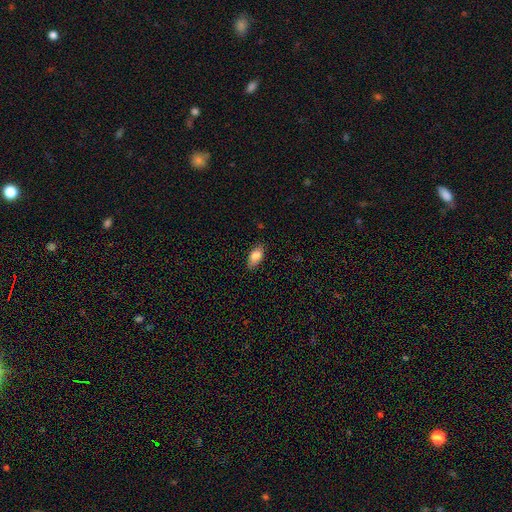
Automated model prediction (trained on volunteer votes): The model was most divided on "merging": none: 82%, minor disturbance: 15%, major disturbance: 3%, merger: 1%. More confident: how rounded — in between (90%); smooth or featured — smooth (85%).